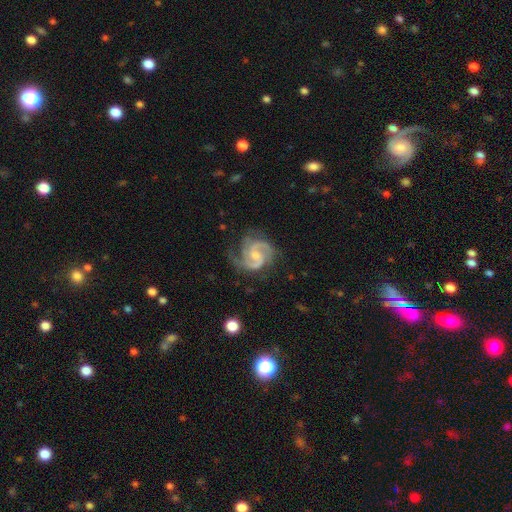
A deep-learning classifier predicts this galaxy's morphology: Smooth or featured: featured or disk — 91% (star or artifact — 4%)
Edge-on disk: no — 98% (yes — 2%)
Bar: no — 47% (weak — 45%)
Spiral arms: yes — 98% (no — 2%)
Spiral winding: medium — 58% (tight — 30%)
Spiral arm count: 2 — 79% (3 — 13%)
Bulge size: small — 48% (moderate — 34%)
Merging: none — 69% (minor disturbance — 20%)